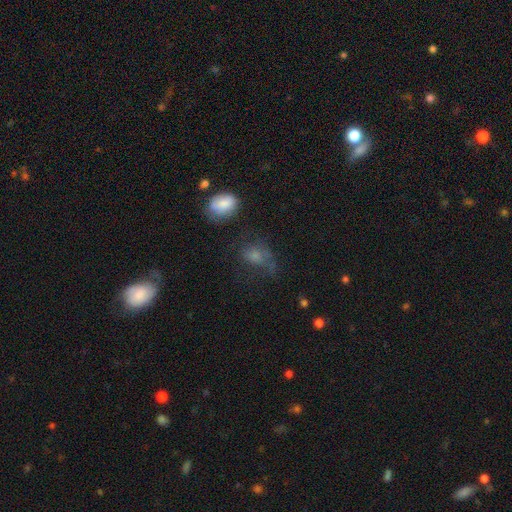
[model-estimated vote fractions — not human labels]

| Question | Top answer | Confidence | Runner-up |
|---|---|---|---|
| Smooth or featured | smooth | 56% | featured or disk (24%) |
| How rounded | in between | 62% | round (36%) |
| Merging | none | 37% | major disturbance (35%) |